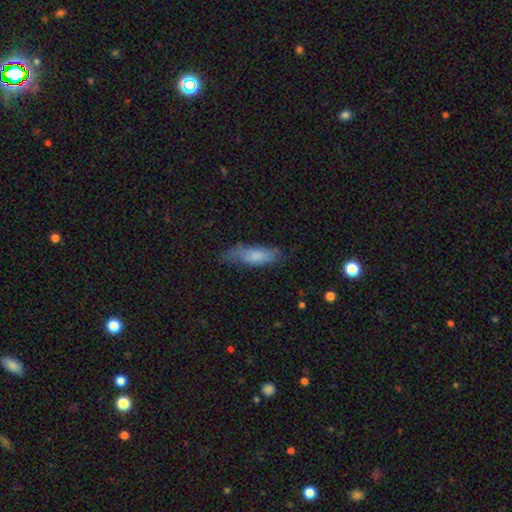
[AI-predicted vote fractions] Q: Smooth or featured?
A: smooth (74%); runner-up: featured or disk (19%)
Q: How rounded?
A: in between (50%); runner-up: cigar-shaped (48%)
Q: Merging?
A: none (59%); runner-up: minor disturbance (29%)